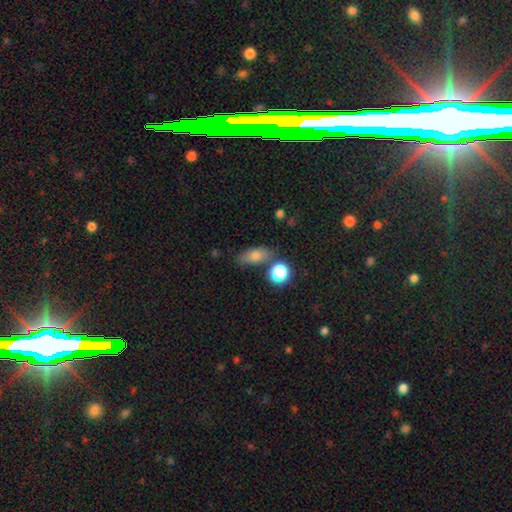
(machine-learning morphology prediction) type=smooth (76%); roundness=in between (78%); merging=none (70%).